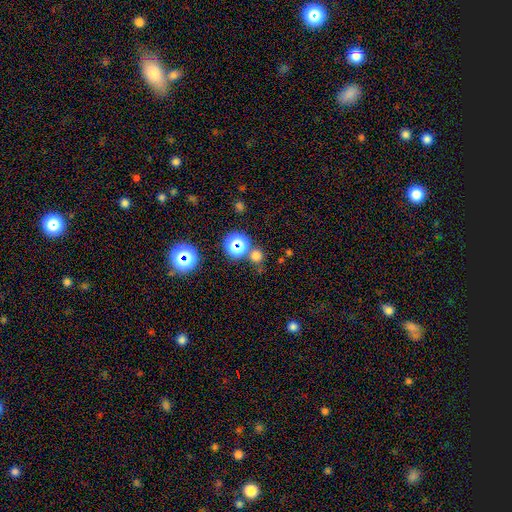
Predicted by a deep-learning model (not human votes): A smooth galaxy with no disk features (62%) that is round (89%). Merging: none (71%).